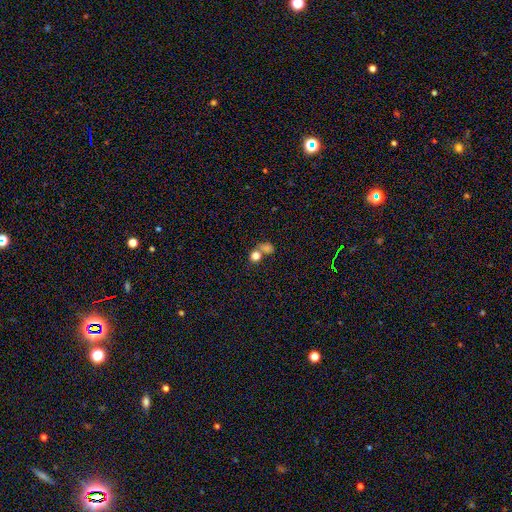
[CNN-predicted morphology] Smooth or featured? smooth (77%)
How rounded? round (74%)
Merging? none (45%)